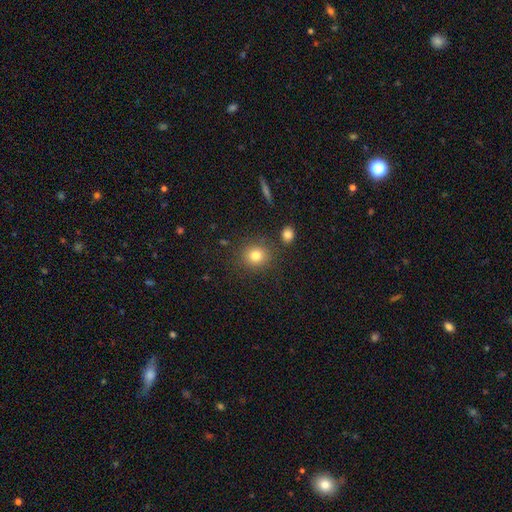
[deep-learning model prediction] Morphology: type=smooth (79%); roundness=round (85%); merging=none (84%).